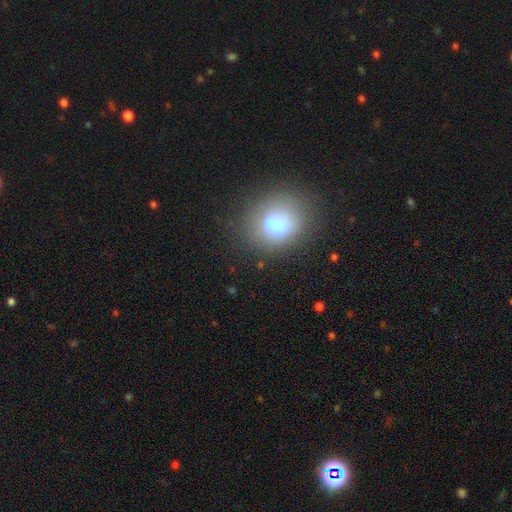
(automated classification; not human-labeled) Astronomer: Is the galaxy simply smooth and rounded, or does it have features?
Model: smooth — 74%.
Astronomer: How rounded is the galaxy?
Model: round — 66%.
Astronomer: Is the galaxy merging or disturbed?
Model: none — 87%.